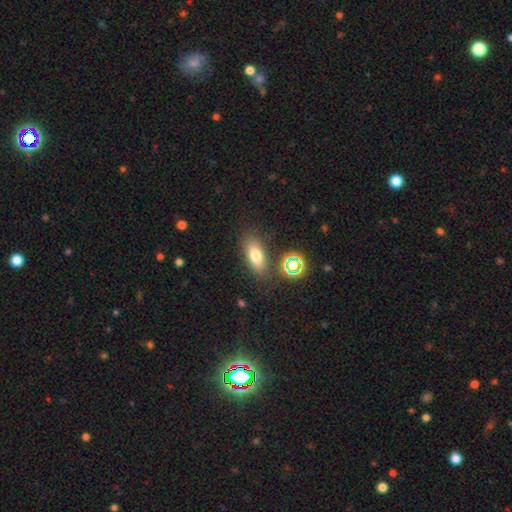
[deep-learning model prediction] smooth 72%, featured or disk 15%, star or artifact 14%. Down the decision tree: how rounded — in between (75%); merging — none (79%).